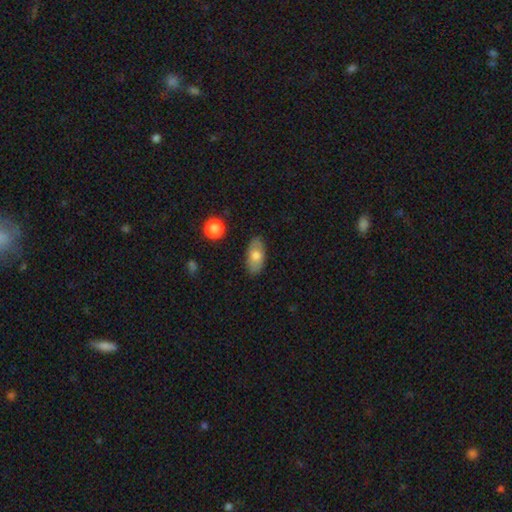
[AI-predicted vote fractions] A smooth galaxy with no disk features (71%) that is in between round and cigar-shaped (91%).

Vote fractions:
- Smooth or featured? smooth: 71% / featured or disk: 23% / star or artifact: 7%
- How rounded? in between: 91% / round: 5% / cigar-shaped: 4%
- Merging? none: 84% / minor disturbance: 12% / major disturbance: 3% / merger: 1%